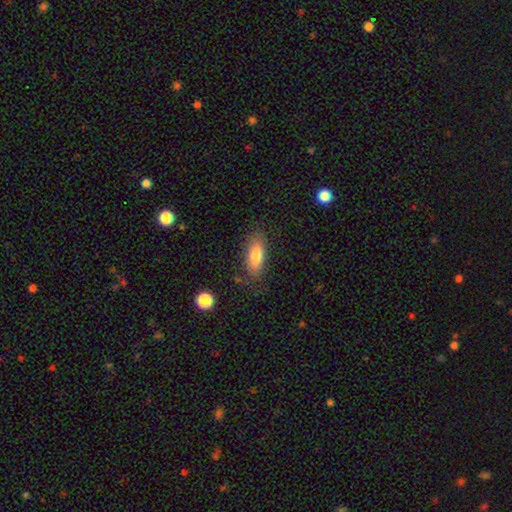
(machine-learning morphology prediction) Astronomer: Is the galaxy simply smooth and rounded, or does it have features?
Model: smooth — 79%.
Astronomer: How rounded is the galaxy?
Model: in between — 77%.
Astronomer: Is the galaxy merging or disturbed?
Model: none — 74%.